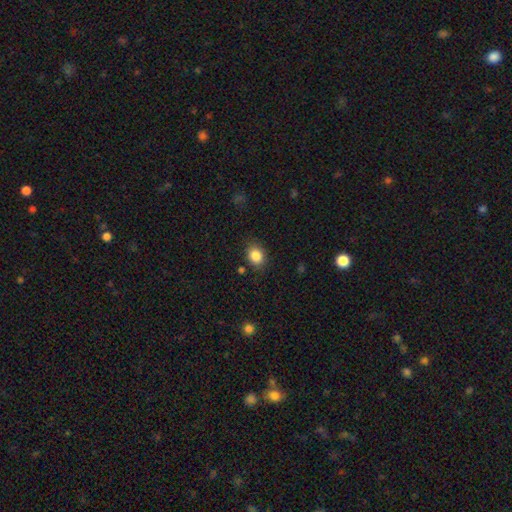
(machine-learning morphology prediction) This is clearly a smooth galaxy (85%). How rounded: possibly round (53%). Merging: clearly none (83%).